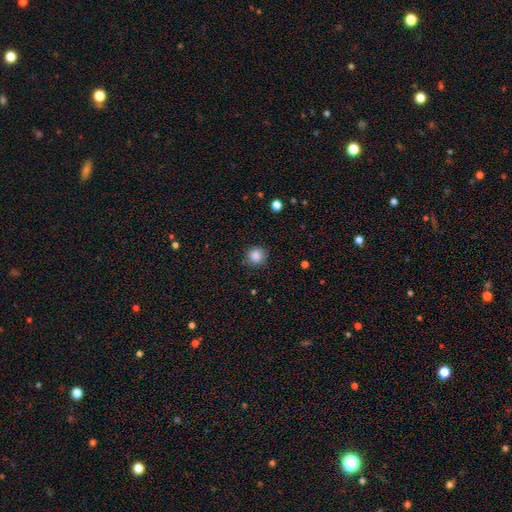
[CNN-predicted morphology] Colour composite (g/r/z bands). It shows a smooth galaxy with no disk features (86%) that is round (90%). Merging: none (84%).